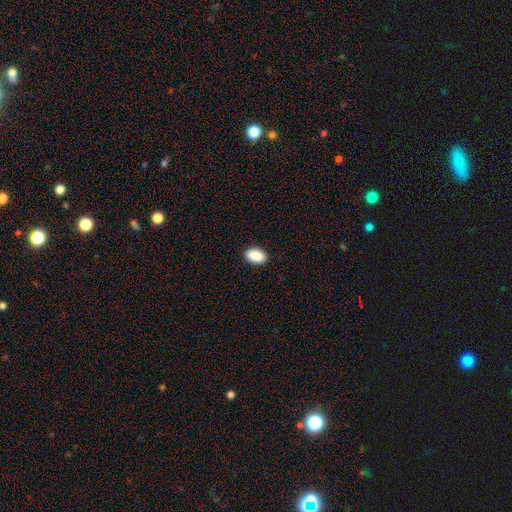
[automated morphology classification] Q: Smooth or featured?
A: smooth (90%); runner-up: star or artifact (7%)
Q: How rounded?
A: in between (91%); runner-up: round (8%)
Q: Merging?
A: none (89%); runner-up: minor disturbance (8%)